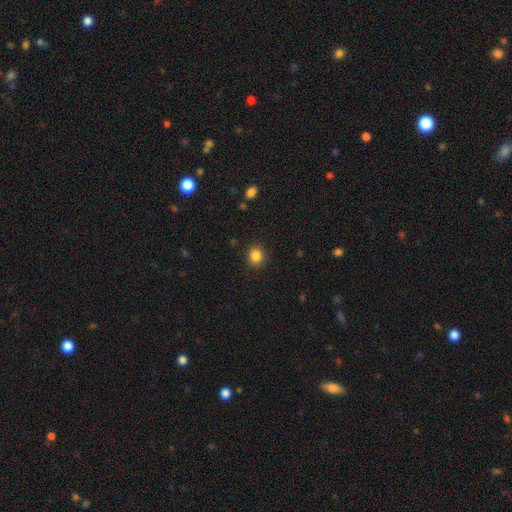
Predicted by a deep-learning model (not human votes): This appears to be a smooth galaxy with no disk features (85%) that is round (82%). Merging: none (90%).